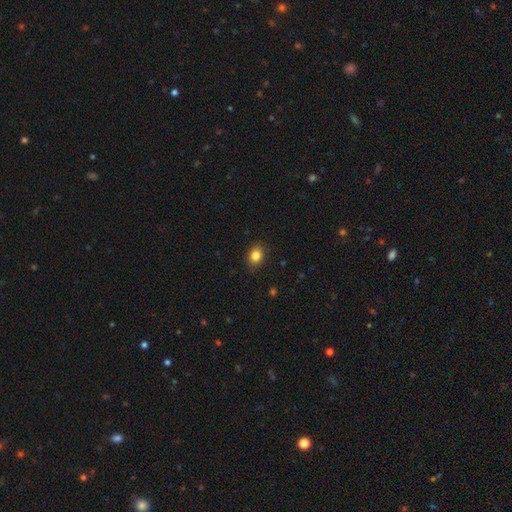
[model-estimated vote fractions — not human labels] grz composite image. It shows a smooth galaxy with no disk features (84%) that is in between round and cigar-shaped (55%). Merging: none (86%).